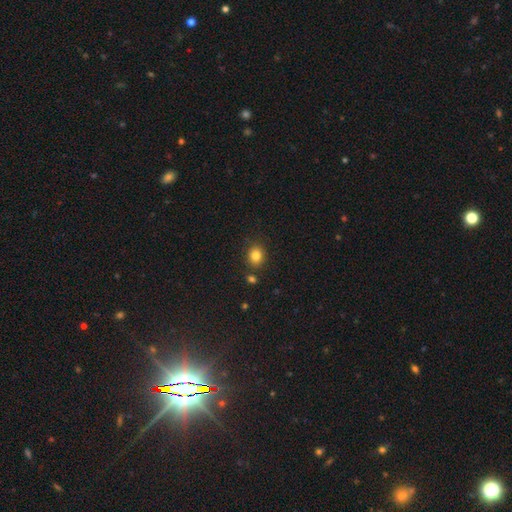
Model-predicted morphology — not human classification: type=smooth (83%); roundness=round (66%); merging=none (82%).